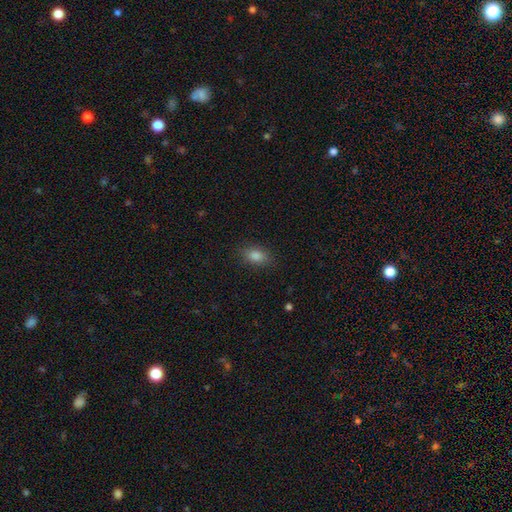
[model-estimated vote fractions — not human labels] A smooth galaxy with no disk features (82%) that is in between round and cigar-shaped (83%).

Vote fractions:
- Smooth or featured? smooth: 82% / star or artifact: 12% / featured or disk: 6%
- How rounded? in between: 83% / round: 14% / cigar-shaped: 3%
- Merging? none: 86% / minor disturbance: 11% / major disturbance: 3% / merger: 1%